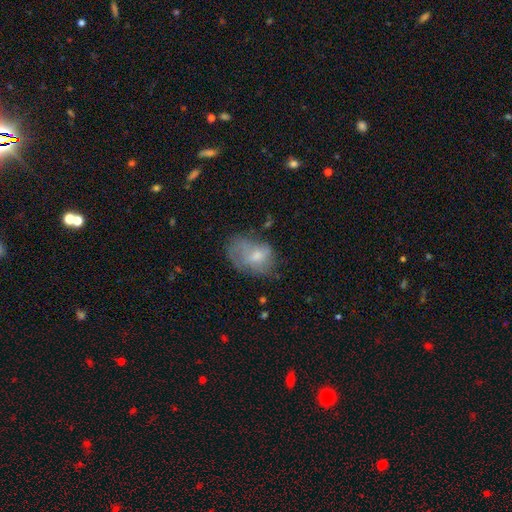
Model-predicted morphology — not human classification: Smooth or featured? smooth (56%)
How rounded? in between (79%)
Merging? none (38%)